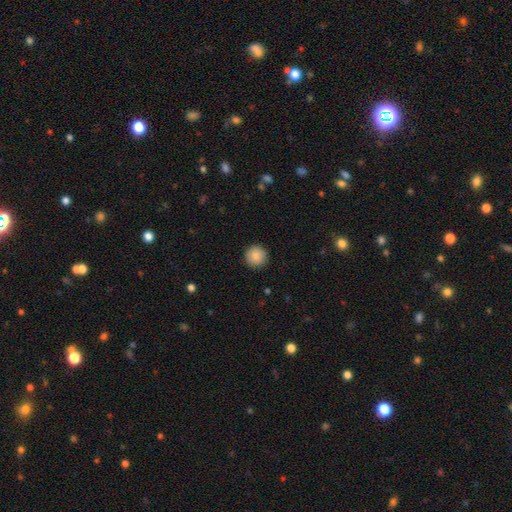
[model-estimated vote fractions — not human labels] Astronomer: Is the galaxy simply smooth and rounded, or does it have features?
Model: smooth — 87%.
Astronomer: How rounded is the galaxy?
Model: round — 95%.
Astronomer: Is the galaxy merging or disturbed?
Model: none — 91%.